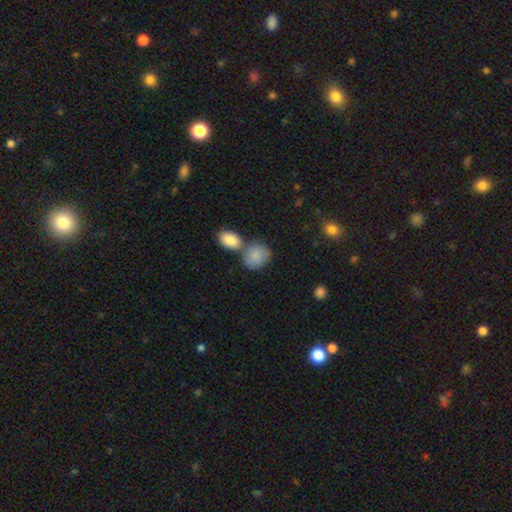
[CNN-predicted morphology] Smooth or featured? smooth (85%)
How rounded? round (50%)
Merging? none (45%)